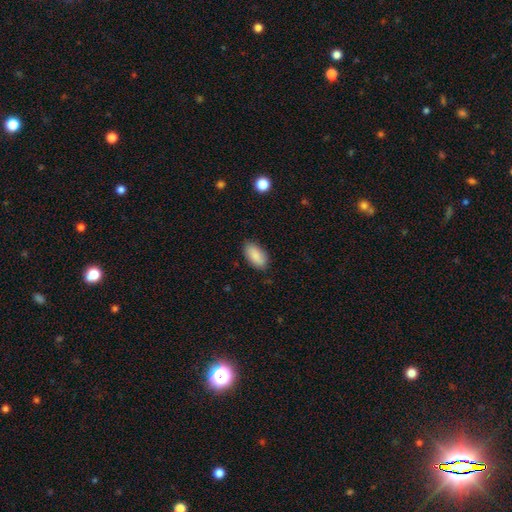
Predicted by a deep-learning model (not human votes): Smooth or featured?
  - smooth: 89% *
  - star or artifact: 6%
  - featured or disk: 5%
How rounded?
  - in between: 92% *
  - cigar-shaped: 5%
  - round: 2%
Merging?
  - none: 84% *
  - minor disturbance: 12%
  - major disturbance: 2%
  - merger: 1%